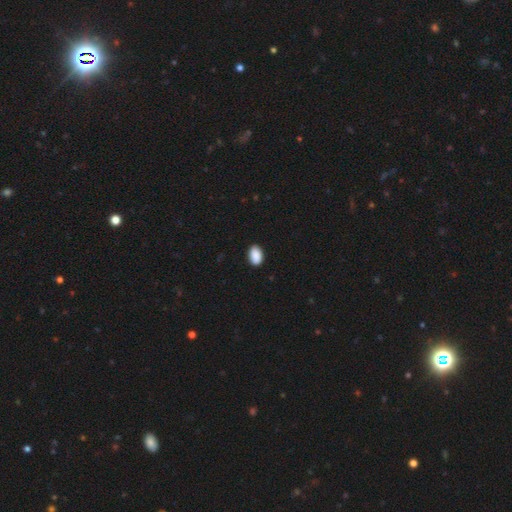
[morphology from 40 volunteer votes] Smooth or featured? 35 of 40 (88%) said smooth. How rounded? 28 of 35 (80%) said in between. Merging? 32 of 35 (91%) said none.